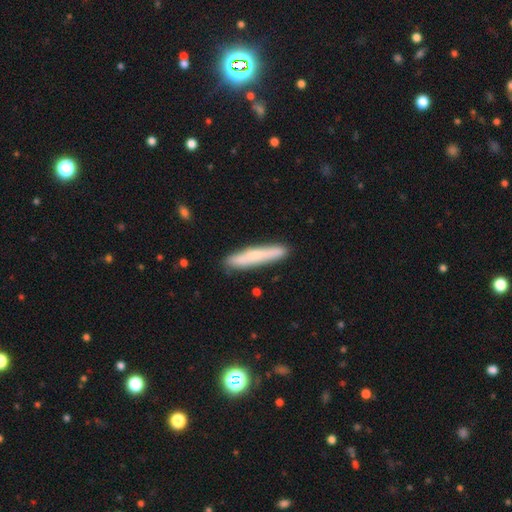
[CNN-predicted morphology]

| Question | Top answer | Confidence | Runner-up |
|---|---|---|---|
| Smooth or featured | smooth | 62% | featured or disk (32%) |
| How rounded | cigar-shaped | 93% | in between (5%) |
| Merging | none | 87% | minor disturbance (10%) |